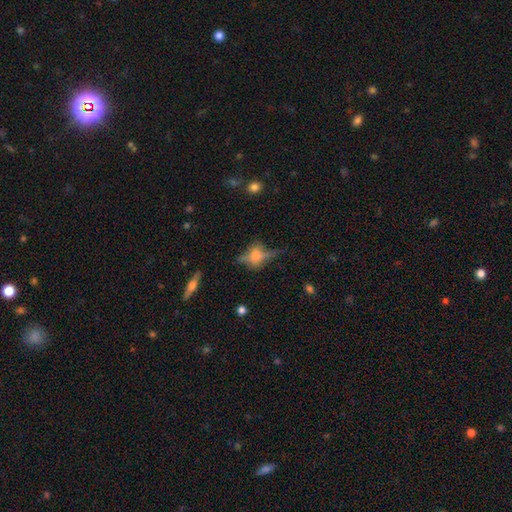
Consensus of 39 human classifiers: A featured or disk galaxy (59%) viewed edge-on (83%) with a rounded central bulge (95%). Merging: none (69%).